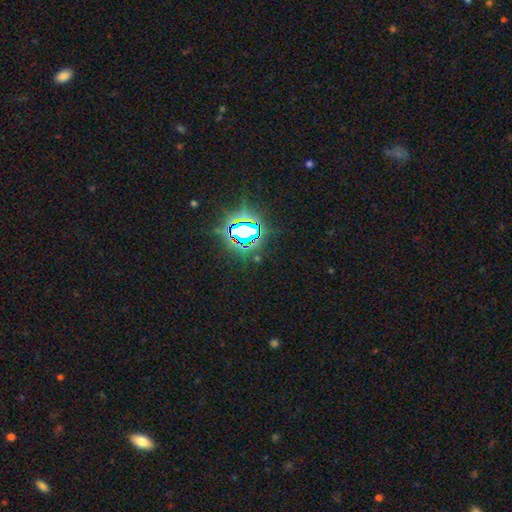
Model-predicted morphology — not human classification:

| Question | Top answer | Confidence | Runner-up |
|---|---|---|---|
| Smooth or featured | star or artifact | 80% | smooth (12%) |